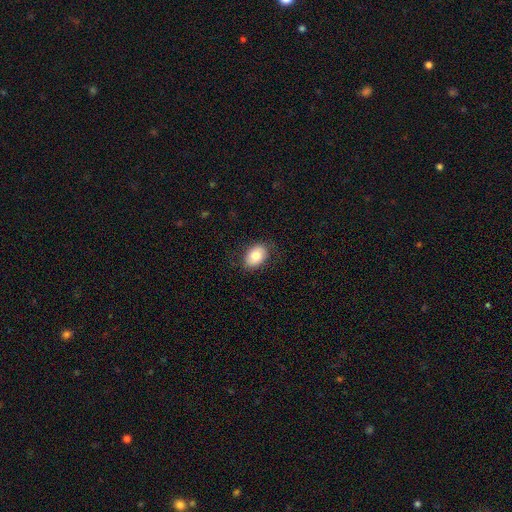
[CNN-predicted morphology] This is likely a smooth galaxy (80%). How rounded: clearly in between (80%). Merging: clearly none (83%).